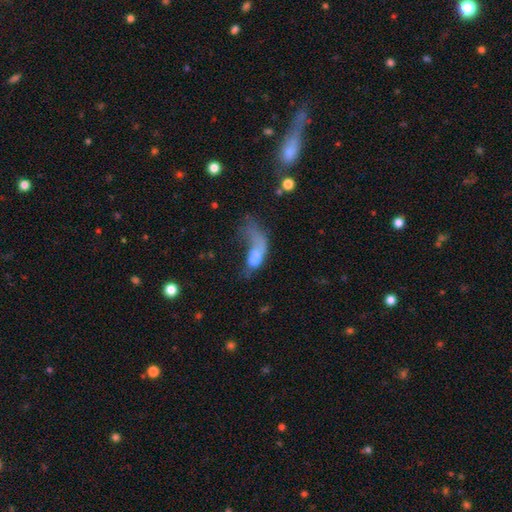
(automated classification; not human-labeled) A smooth galaxy with no disk features (53%) that is in between round and cigar-shaped (76%). Merging: major disturbance (57%).